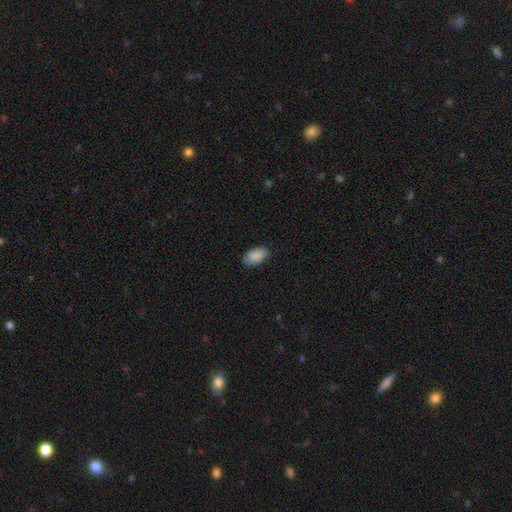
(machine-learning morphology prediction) A smooth galaxy with no disk features (88%) that is in between round and cigar-shaped (94%).

Vote fractions:
- Smooth or featured? smooth: 88% / star or artifact: 7% / featured or disk: 5%
- How rounded? in between: 94% / round: 4% / cigar-shaped: 2%
- Merging? none: 81% / minor disturbance: 15% / major disturbance: 3% / merger: 1%